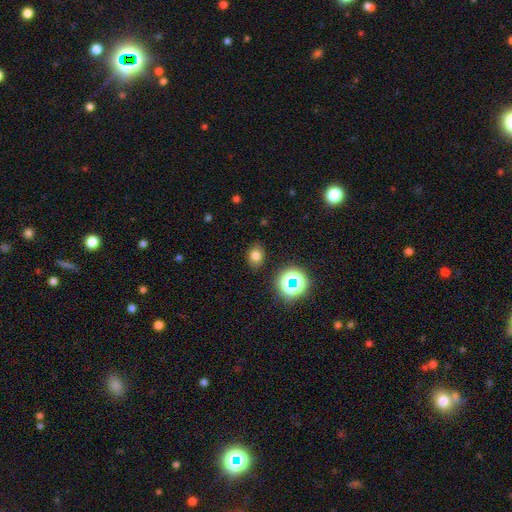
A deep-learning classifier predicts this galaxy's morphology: smooth-or-featured: smooth: 74% | star or artifact: 18% | featured or disk: 8%
  how-rounded: round: 50% | in between: 49% | cigar-shaped: 1%
  merging: none: 86% | minor disturbance: 9% | major disturbance: 3% | merger: 2%